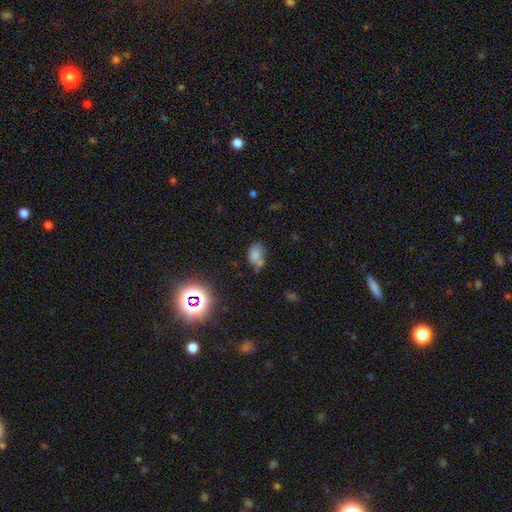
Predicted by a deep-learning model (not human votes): Smooth or featured?
  - smooth: 69% *
  - star or artifact: 17%
  - featured or disk: 14%
How rounded?
  - in between: 73% *
  - round: 26%
  - cigar-shaped: 1%
Merging?
  - none: 43% *
  - merger: 27%
  - minor disturbance: 22%
  - major disturbance: 8%